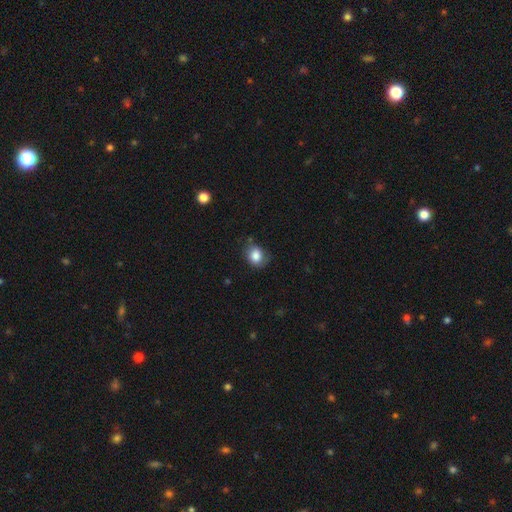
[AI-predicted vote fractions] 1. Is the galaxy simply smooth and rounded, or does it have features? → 82% smooth, 9% featured or disk, 9% star or artifact.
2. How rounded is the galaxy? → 52% round, 47% in between, 1% cigar-shaped.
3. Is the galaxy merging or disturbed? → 63% none, 27% minor disturbance, 8% major disturbance, 2% merger.